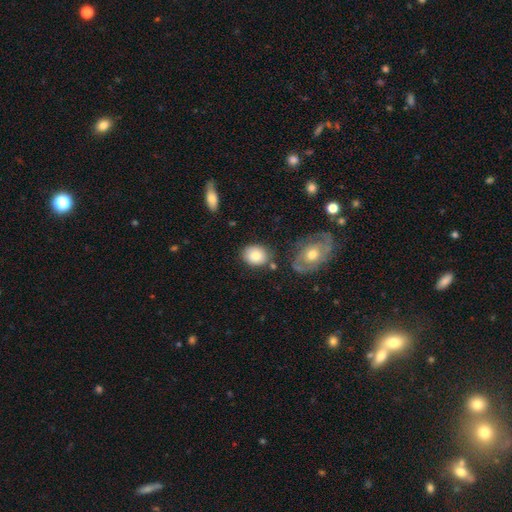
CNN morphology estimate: smooth 81%, featured or disk 12%, star or artifact 7%. Down the decision tree: how rounded — round (50%); merging — none (74%).